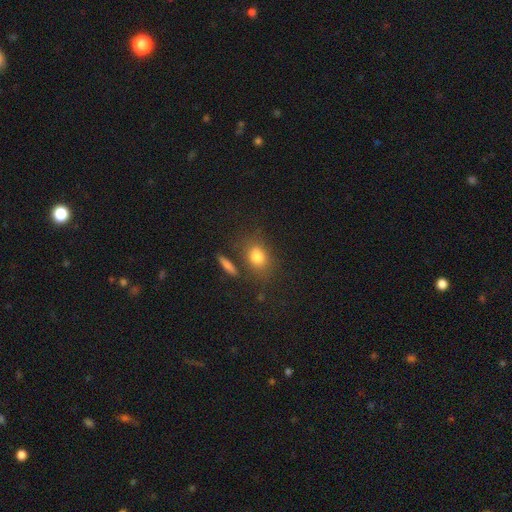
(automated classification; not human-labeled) Smooth or featured?
  - smooth: 76% *
  - star or artifact: 14%
  - featured or disk: 11%
How rounded?
  - in between: 52% *
  - round: 44%
  - cigar-shaped: 3%
Merging?
  - none: 71% *
  - minor disturbance: 14%
  - merger: 10%
  - major disturbance: 5%